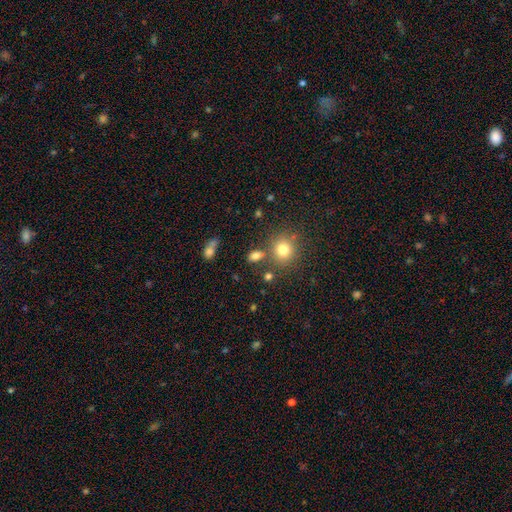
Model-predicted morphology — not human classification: Smooth or featured: smooth — 77% (star or artifact — 15%)
How rounded: in between — 67% (round — 30%)
Merging: none — 71% (merger — 13%)